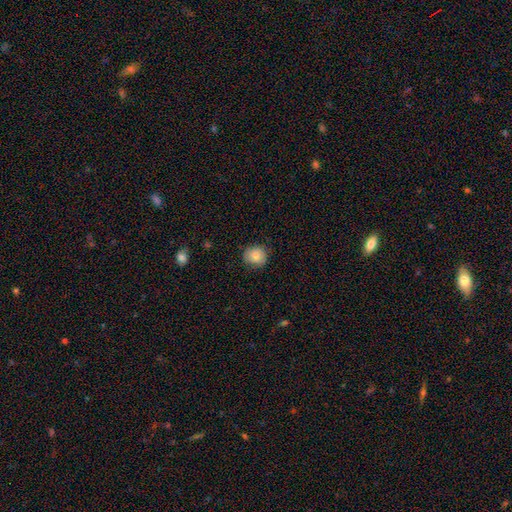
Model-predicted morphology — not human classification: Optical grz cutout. It shows a smooth galaxy with no disk features (80%) that is round (85%). Merging: none (80%).